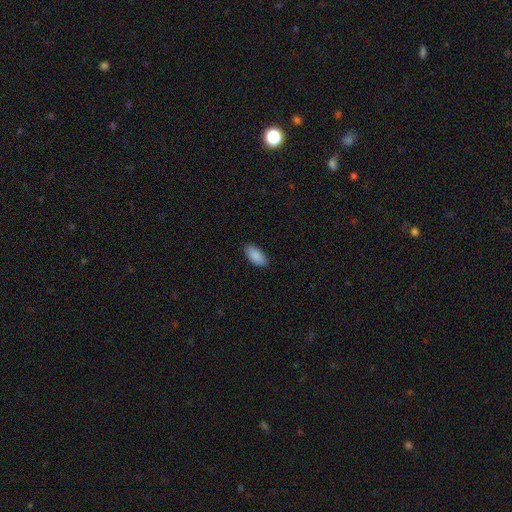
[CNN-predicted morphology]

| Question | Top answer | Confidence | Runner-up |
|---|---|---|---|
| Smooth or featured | smooth | 91% | star or artifact (6%) |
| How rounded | in between | 92% | cigar-shaped (7%) |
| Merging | none | 88% | minor disturbance (9%) |